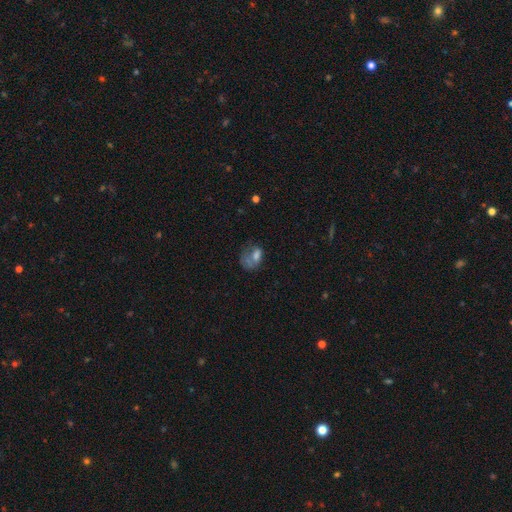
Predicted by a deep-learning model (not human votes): smooth-or-featured: smooth: 57% | featured or disk: 28% | star or artifact: 15%
  how-rounded: in between: 69% | round: 29% | cigar-shaped: 2%
  merging: major disturbance: 42% | none: 29% | minor disturbance: 21% | merger: 9%